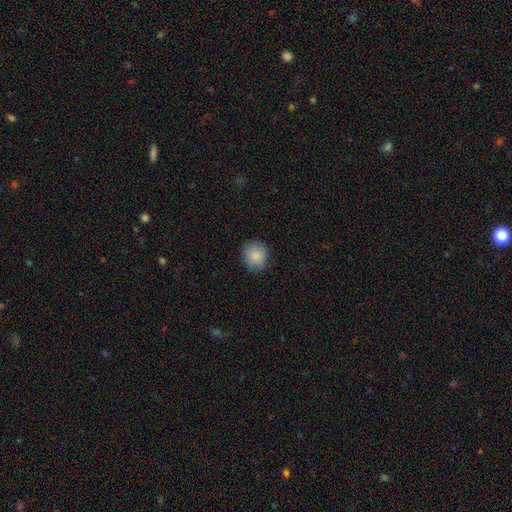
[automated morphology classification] This is clearly a smooth galaxy (87%). How rounded: clearly round (84%). Merging: clearly none (84%).